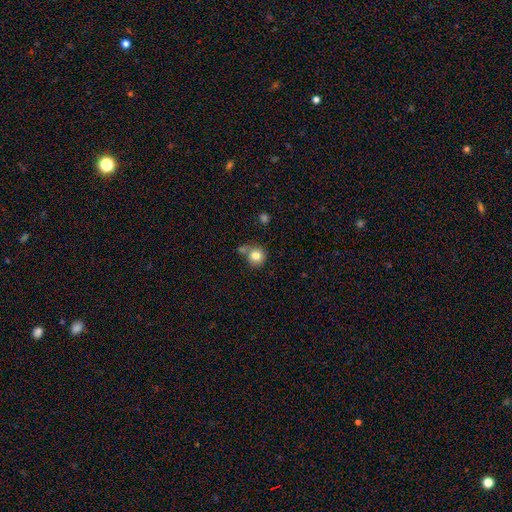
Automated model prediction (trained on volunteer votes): A smooth galaxy with no disk features (81%) that is round (89%).

Vote fractions:
- Smooth or featured? smooth: 81% / star or artifact: 10% / featured or disk: 9%
- How rounded? round: 89% / in between: 10% / cigar-shaped: 1%
- Merging? none: 60% / merger: 20% / minor disturbance: 15% / major disturbance: 5%